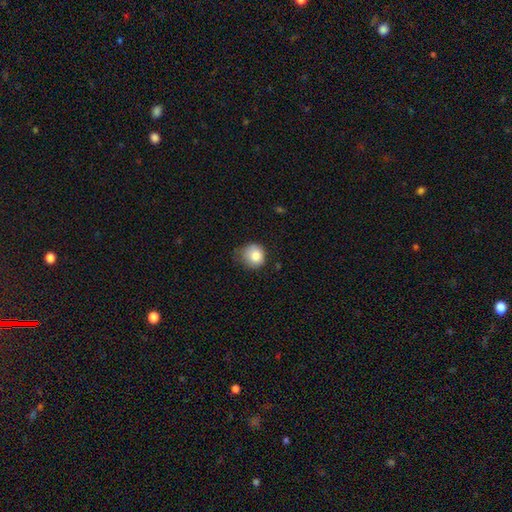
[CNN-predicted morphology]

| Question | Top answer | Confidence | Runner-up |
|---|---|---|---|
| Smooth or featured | smooth | 83% | star or artifact (9%) |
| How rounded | round | 81% | in between (19%) |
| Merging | none | 48% | minor disturbance (39%) |